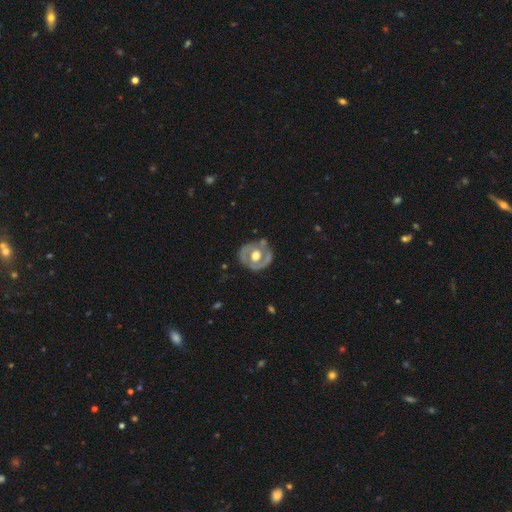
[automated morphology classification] Q: Smooth or featured?
A: featured or disk (68%); runner-up: smooth (27%)
Q: Edge-on disk?
A: no (96%); runner-up: yes (4%)
Q: Bar?
A: no (72%); runner-up: weak (21%)
Q: Spiral arms?
A: no (57%); runner-up: yes (43%)
Q: Bulge size?
A: moderate (58%); runner-up: large (35%)
Q: Merging?
A: none (71%); runner-up: minor disturbance (19%)